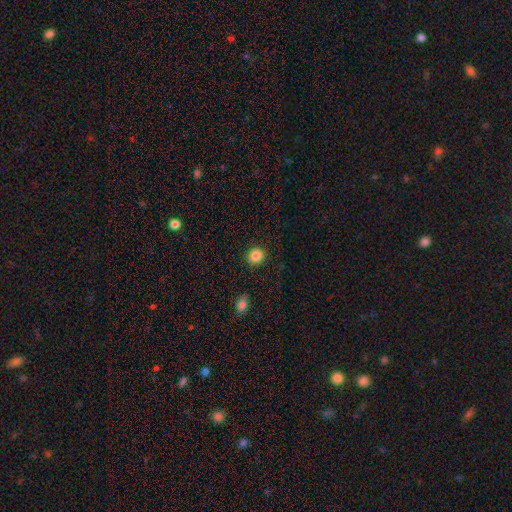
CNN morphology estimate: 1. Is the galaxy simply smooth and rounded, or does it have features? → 86% smooth, 10% star or artifact, 4% featured or disk.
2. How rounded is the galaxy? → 88% round, 11% in between, 1% cigar-shaped.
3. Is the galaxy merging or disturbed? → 90% none, 7% minor disturbance, 2% major disturbance, 1% merger.